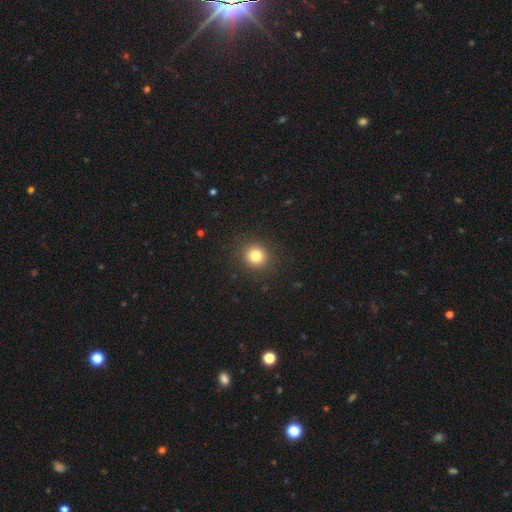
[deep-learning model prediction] smooth_or_featured: smooth (p=0.80) [alt: star or artifact p=0.13]
how_rounded: round (p=0.90) [alt: in between p=0.09]
merging: none (p=0.91) [alt: minor disturbance p=0.06]